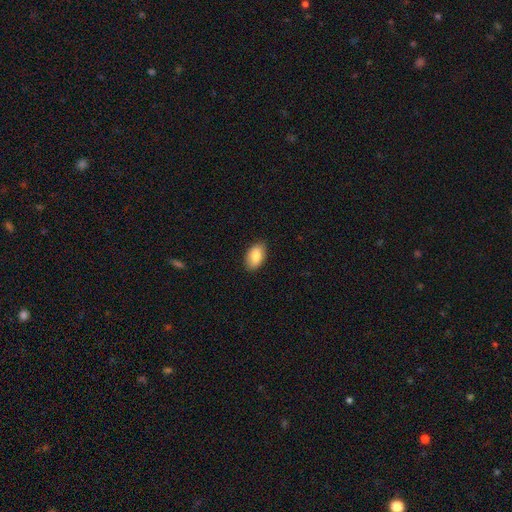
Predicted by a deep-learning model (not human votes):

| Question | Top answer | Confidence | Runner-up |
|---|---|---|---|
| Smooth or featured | smooth | 85% | featured or disk (9%) |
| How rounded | in between | 93% | round (5%) |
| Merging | none | 87% | minor disturbance (10%) |